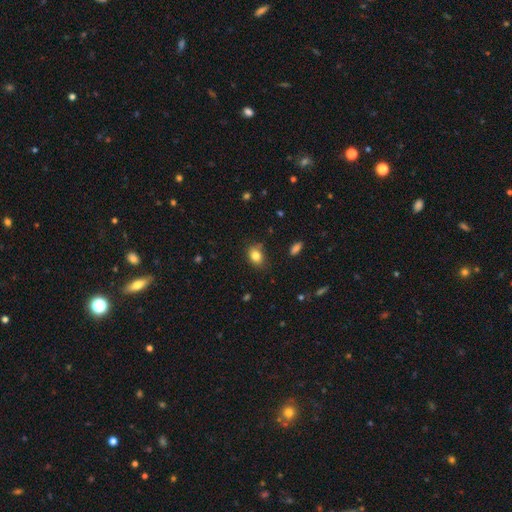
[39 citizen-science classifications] smooth 95%, featured or disk 3%, star or artifact 3%. Down the decision tree: how rounded — in between (70%); merging — none (76%).